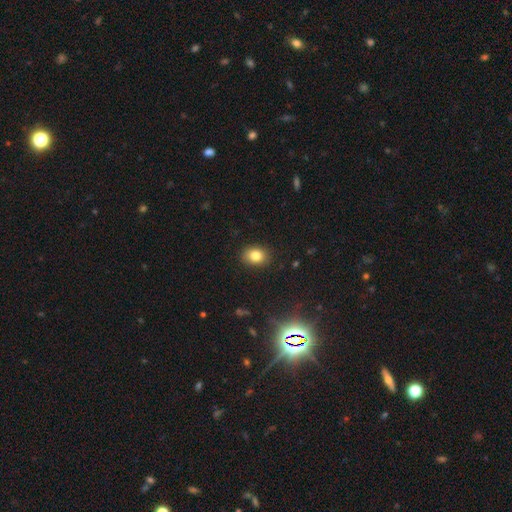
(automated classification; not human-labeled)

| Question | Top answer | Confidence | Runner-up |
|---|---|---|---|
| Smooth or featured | smooth | 82% | star or artifact (11%) |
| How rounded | in between | 62% | round (37%) |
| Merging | none | 88% | minor disturbance (9%) |